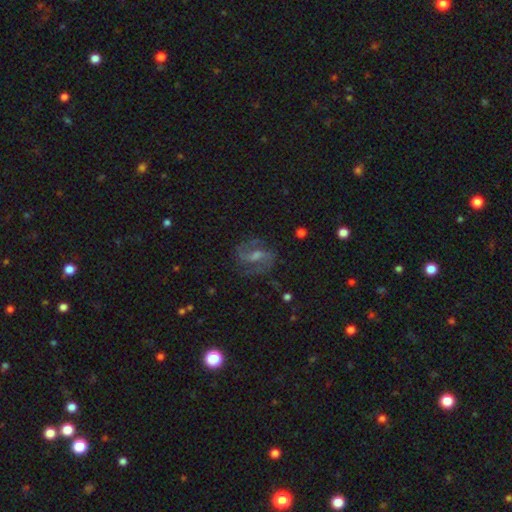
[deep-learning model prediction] Overall: featured or disk (79%). Edge-on disk: no (97%). Bar: weak (49%; strong 31%). Spiral arms: yes (95%). Spiral arm count: 2 (85%). Spiral winding: medium (55%; loose 24%). Bulge size: small (43%; moderate 41%). Merging: none (78%).